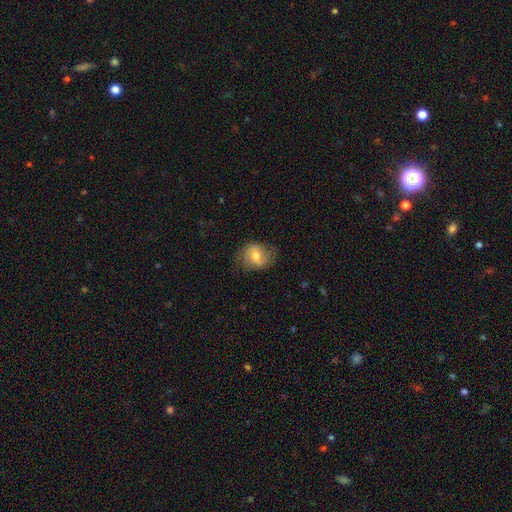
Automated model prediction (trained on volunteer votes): This appears to be a smooth galaxy with no disk features (55%) that is round (58%). Merging: none (70%).